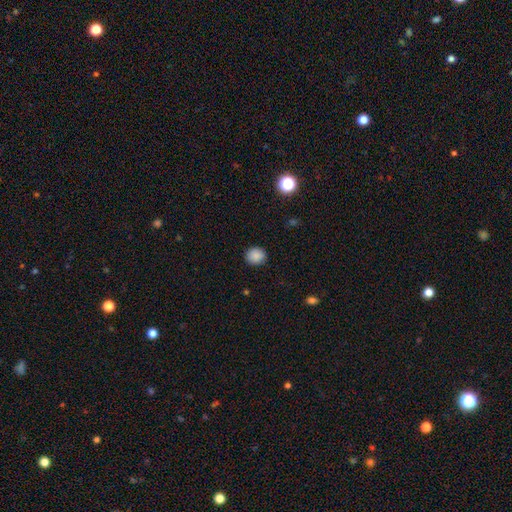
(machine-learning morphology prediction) Smooth or featured: smooth — 87% (star or artifact — 10%)
How rounded: round — 82% (in between — 17%)
Merging: none — 89% (minor disturbance — 8%)